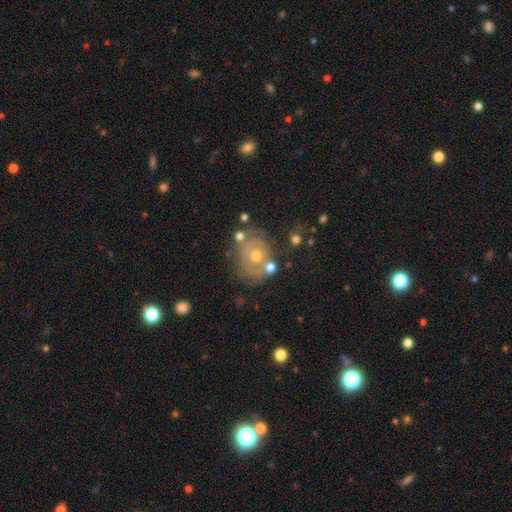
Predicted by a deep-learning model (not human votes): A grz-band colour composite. It shows a featured or disk galaxy (62%) with no bar (83%), spiral arms (51%) and a moderate central bulge (71%). Merging: none (62%).